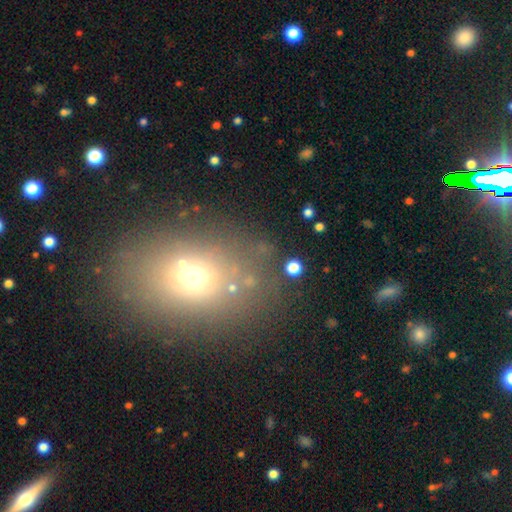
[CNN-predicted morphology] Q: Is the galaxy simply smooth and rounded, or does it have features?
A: smooth — 59%.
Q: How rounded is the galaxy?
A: in between — 56%.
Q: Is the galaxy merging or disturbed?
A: none — 75%.